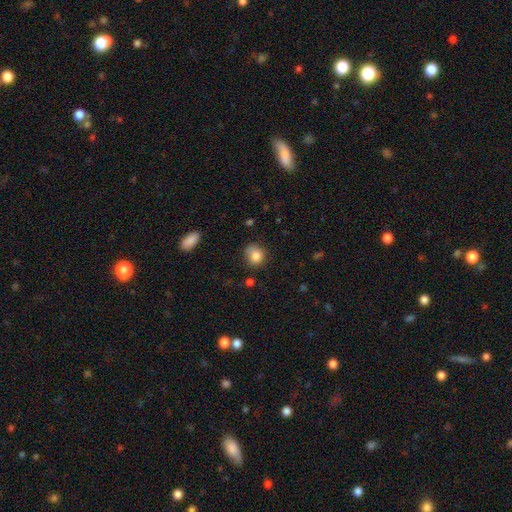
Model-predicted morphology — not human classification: A smooth galaxy with no disk features (83%) that is round (70%).

Vote fractions:
- Smooth or featured? smooth: 83% / star or artifact: 10% / featured or disk: 7%
- How rounded? round: 70% / in between: 29% / cigar-shaped: 1%
- Merging? none: 60% / minor disturbance: 28% / major disturbance: 8% / merger: 4%